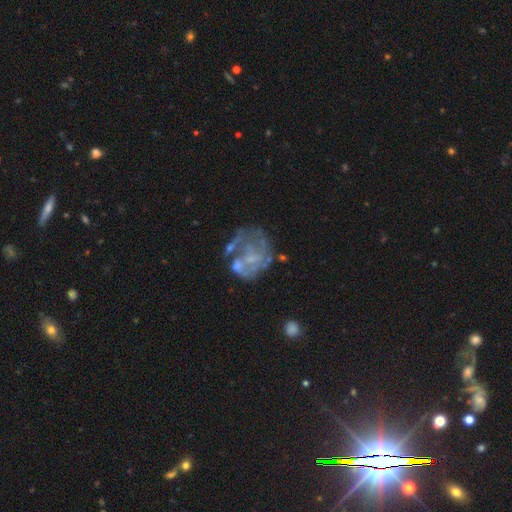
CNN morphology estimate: smooth_or_featured: featured or disk (p=0.72) [alt: smooth p=0.19]
disk_edge_on: no (p=0.98) [alt: yes p=0.02]
bar: no (p=0.72) [alt: weak p=0.23]
has_spiral_arms: no (p=0.57) [alt: yes p=0.43]
bulge_size: none (p=0.51) [alt: small p=0.24]
merging: none (p=0.38) [alt: major disturbance p=0.30]